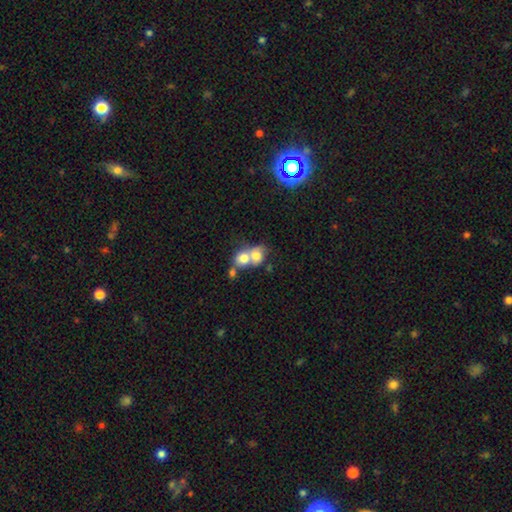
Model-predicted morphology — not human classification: A smooth galaxy with no disk features (71%) that is round (64%).

Vote fractions:
- Smooth or featured? smooth: 71% / featured or disk: 19% / star or artifact: 9%
- How rounded? round: 64% / in between: 35% / cigar-shaped: 1%
- Merging? merger: 73% / none: 18% / minor disturbance: 5% / major disturbance: 4%